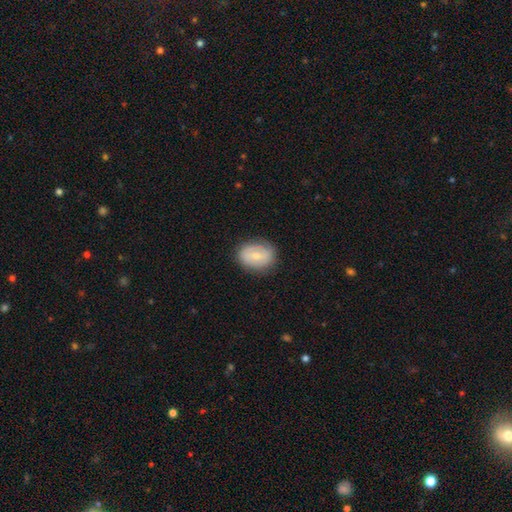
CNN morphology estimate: Smooth or featured: smooth — 54% (featured or disk — 38%)
How rounded: in between — 67% (round — 31%)
Merging: none — 79% (minor disturbance — 16%)